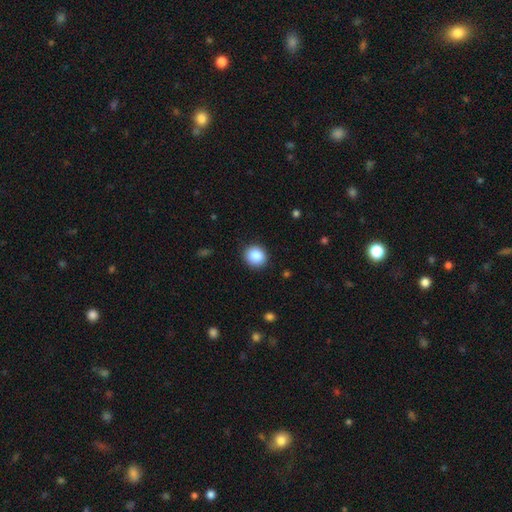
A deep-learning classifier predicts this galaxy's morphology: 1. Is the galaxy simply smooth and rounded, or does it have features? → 88% smooth, 8% star or artifact, 4% featured or disk.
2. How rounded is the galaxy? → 82% round, 17% in between, 1% cigar-shaped.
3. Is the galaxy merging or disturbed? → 90% none, 7% minor disturbance, 2% major disturbance, 1% merger.